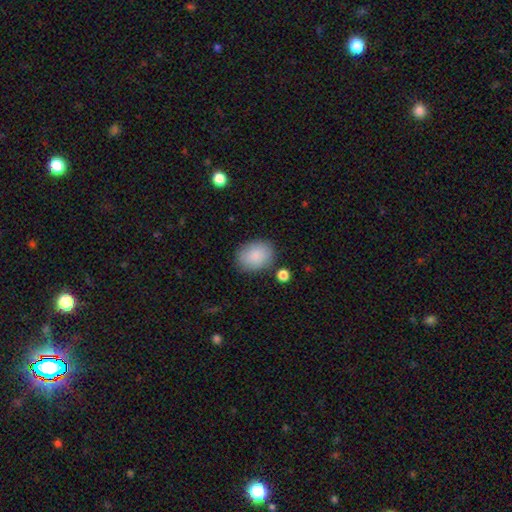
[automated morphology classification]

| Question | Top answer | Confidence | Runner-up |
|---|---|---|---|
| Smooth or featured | smooth | 87% | star or artifact (7%) |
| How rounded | in between | 62% | round (37%) |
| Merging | none | 79% | minor disturbance (13%) |